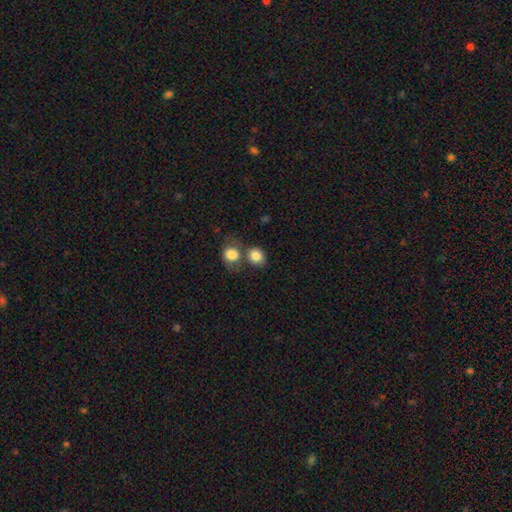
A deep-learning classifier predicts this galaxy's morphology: A smooth galaxy with no disk features (83%) that is round (69%). Merging: none (48%).